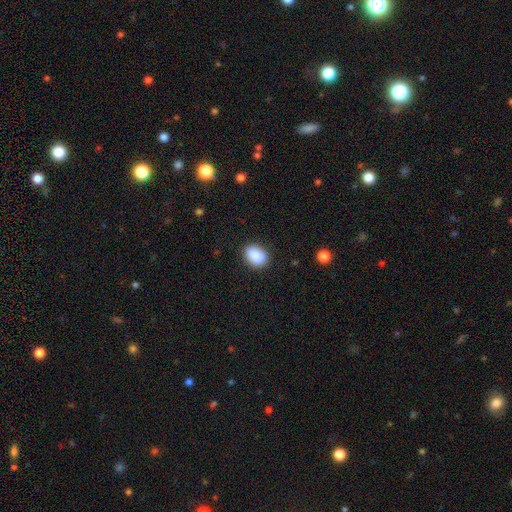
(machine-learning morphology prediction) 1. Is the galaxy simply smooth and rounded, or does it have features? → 89% smooth, 7% star or artifact, 4% featured or disk.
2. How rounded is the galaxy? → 71% in between, 28% round, 1% cigar-shaped.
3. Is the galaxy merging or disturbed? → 87% none, 10% minor disturbance, 2% major disturbance, 1% merger.